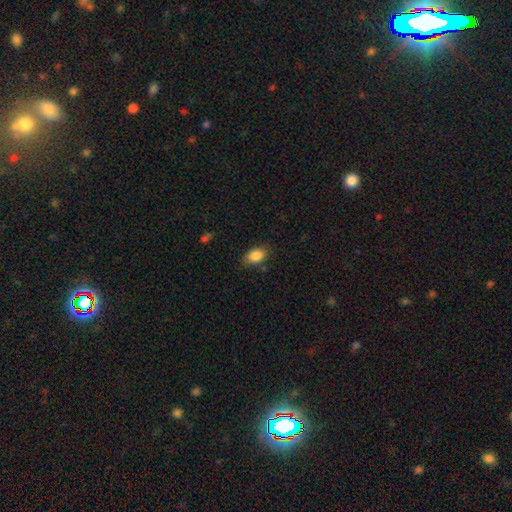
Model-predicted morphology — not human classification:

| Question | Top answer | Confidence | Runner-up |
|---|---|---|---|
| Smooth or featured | smooth | 87% | star or artifact (8%) |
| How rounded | in between | 86% | round (12%) |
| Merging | none | 75% | minor disturbance (19%) |